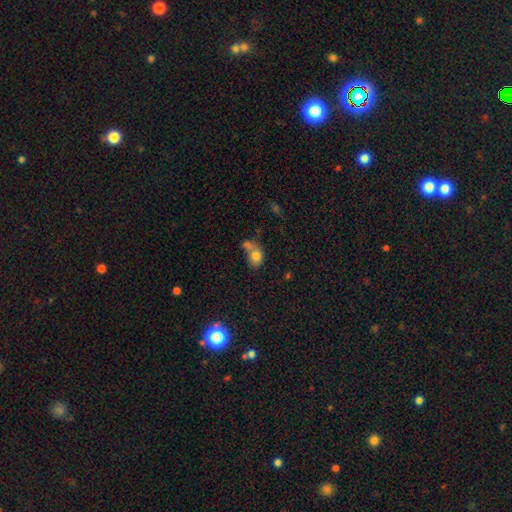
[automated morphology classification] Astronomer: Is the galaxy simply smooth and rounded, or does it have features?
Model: smooth — 77%.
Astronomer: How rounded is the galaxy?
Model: in between — 53% (runner-up: round, 46%).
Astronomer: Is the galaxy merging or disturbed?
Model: merger — 51% (runner-up: none, 29%).